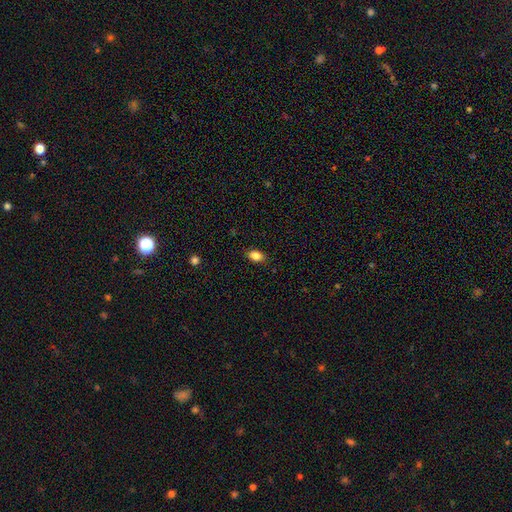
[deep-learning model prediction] Smooth or featured?
  - smooth: 85% *
  - star or artifact: 10%
  - featured or disk: 5%
How rounded?
  - in between: 83% *
  - round: 15%
  - cigar-shaped: 2%
Merging?
  - none: 87% *
  - minor disturbance: 10%
  - major disturbance: 2%
  - merger: 1%